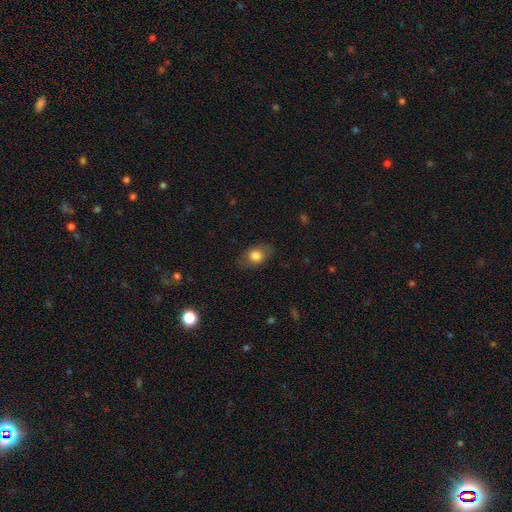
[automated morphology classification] smooth 74%, featured or disk 18%, star or artifact 8%. Down the decision tree: how rounded — in between (76%); merging — none (79%).